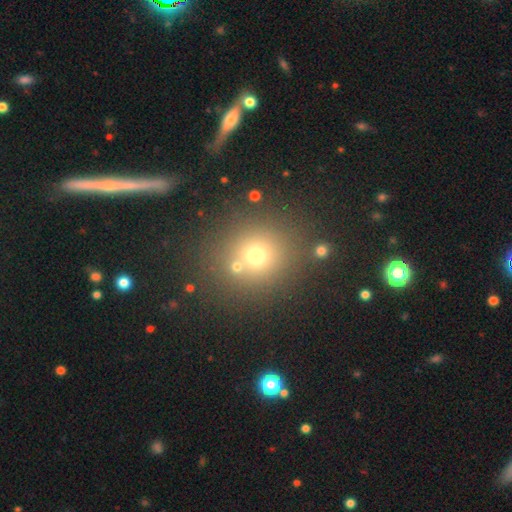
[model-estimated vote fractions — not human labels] Smooth or featured?
  - smooth: 66% *
  - star or artifact: 22%
  - featured or disk: 11%
How rounded?
  - round: 87% *
  - in between: 12%
  - cigar-shaped: 1%
Merging?
  - none: 74% *
  - merger: 13%
  - minor disturbance: 9%
  - major disturbance: 4%